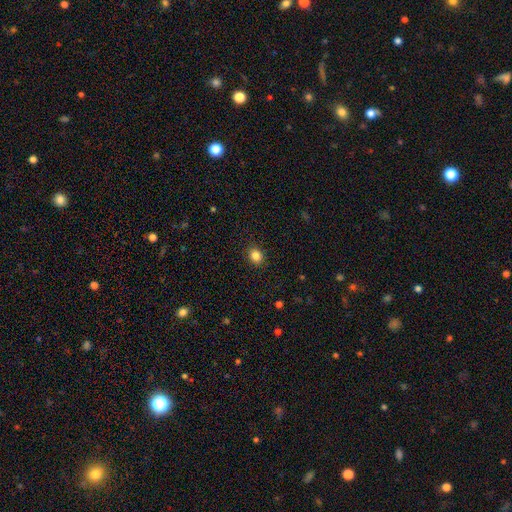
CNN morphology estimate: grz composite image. It shows a smooth galaxy with no disk features (84%) that is round (65%). Merging: none (90%).